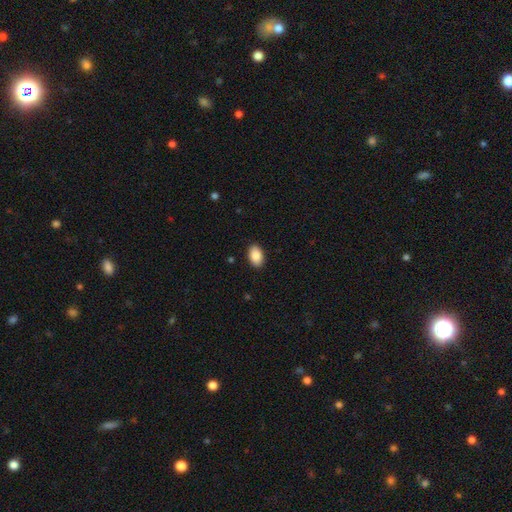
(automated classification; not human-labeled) A smooth galaxy with no disk features (90%) that is in between round and cigar-shaped (92%).

Vote fractions:
- Smooth or featured? smooth: 90% / star or artifact: 7% / featured or disk: 4%
- How rounded? in between: 92% / round: 7% / cigar-shaped: 1%
- Merging? none: 89% / minor disturbance: 8% / major disturbance: 2% / merger: 1%